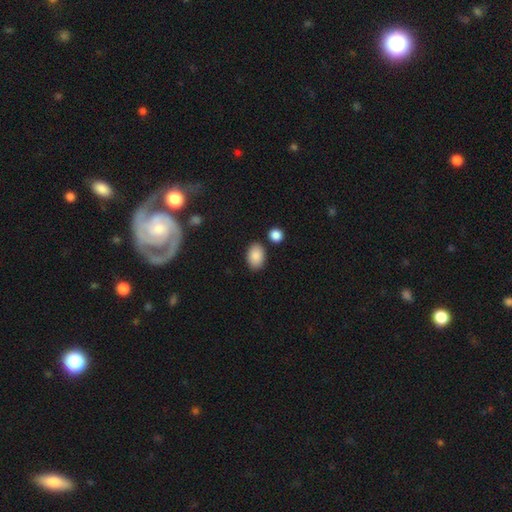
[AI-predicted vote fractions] smooth-or-featured: smooth: 88% | star or artifact: 7% | featured or disk: 4%
  how-rounded: in between: 86% | round: 12% | cigar-shaped: 1%
  merging: none: 82% | minor disturbance: 10% | merger: 5% | major disturbance: 3%